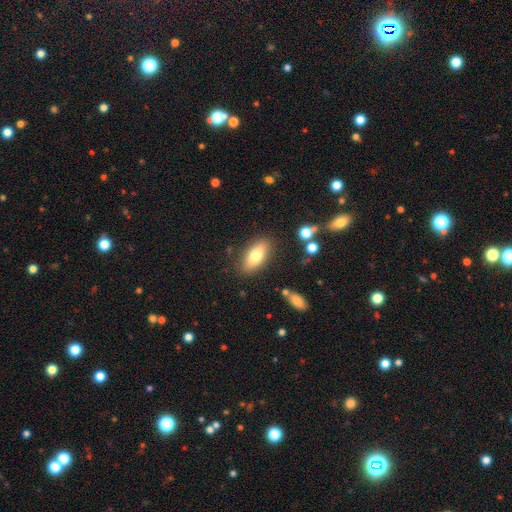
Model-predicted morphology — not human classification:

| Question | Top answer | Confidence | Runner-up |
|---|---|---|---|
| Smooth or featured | smooth | 74% | featured or disk (18%) |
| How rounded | in between | 83% | cigar-shaped (14%) |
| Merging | none | 83% | minor disturbance (11%) |